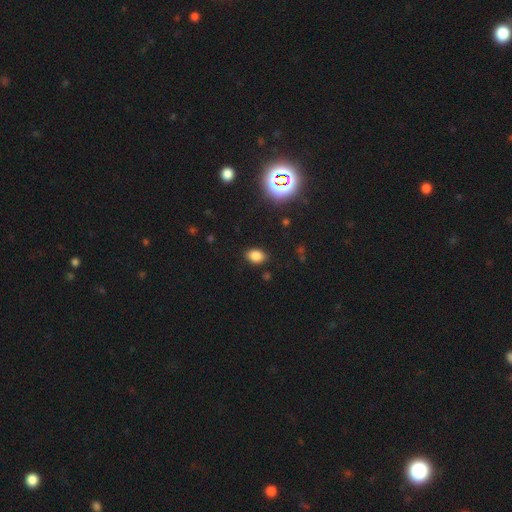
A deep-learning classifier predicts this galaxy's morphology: Overall: smooth (80%). How rounded: in between (78%). Merging: none (85%).